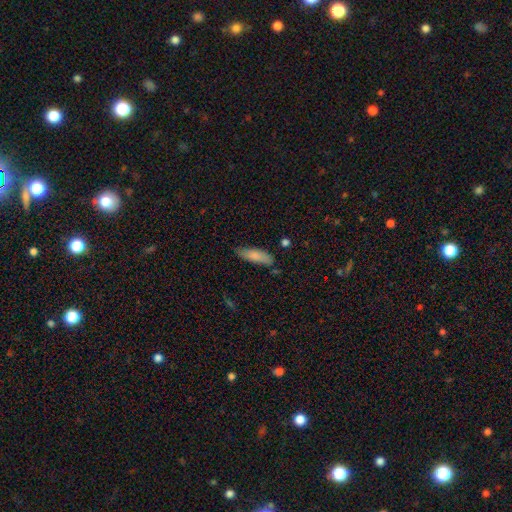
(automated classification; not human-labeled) Overall: smooth (82%). How rounded: cigar-shaped (51%; in between 47%). Merging: none (76%).